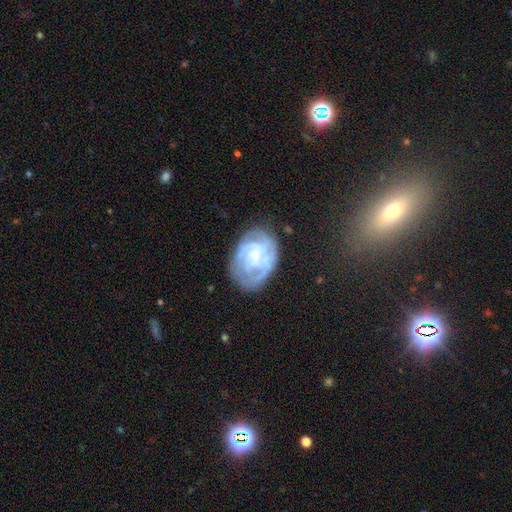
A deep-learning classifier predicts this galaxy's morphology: The model was most divided on "spiral arm count": can't tell: 38%, 3: 21%, 2: 15%, 4: 15%, more than 4: 6%, 1: 5%. More confident: edge-on disk — no (97%); spiral arms — yes (91%); smooth or featured — featured or disk (79%); merging — none (70%); bulge size — small (68%); bar — no (66%); spiral winding — tight (61%).